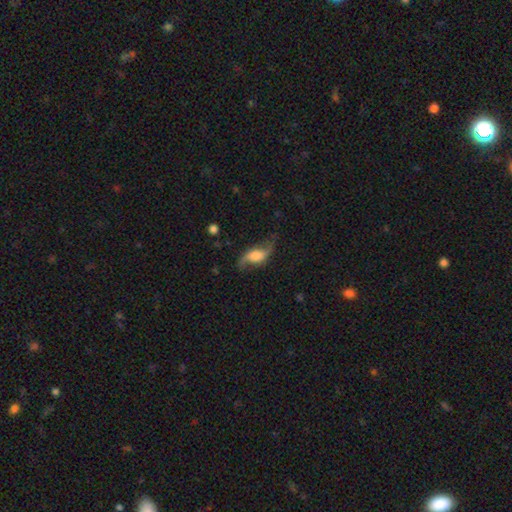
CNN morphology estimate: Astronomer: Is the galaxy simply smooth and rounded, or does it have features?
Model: featured or disk — 73%.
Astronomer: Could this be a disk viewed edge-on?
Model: no — 90%.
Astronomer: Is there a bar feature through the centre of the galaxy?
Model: no — 52% (runner-up: weak, 35%).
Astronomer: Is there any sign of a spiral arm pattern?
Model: yes — 94%.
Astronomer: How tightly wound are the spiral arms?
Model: loose — 85%.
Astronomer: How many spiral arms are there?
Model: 2 — 92%.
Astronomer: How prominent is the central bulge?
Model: large — 38% (runner-up: moderate, 24%).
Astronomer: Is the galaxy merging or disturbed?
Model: none — 71%.